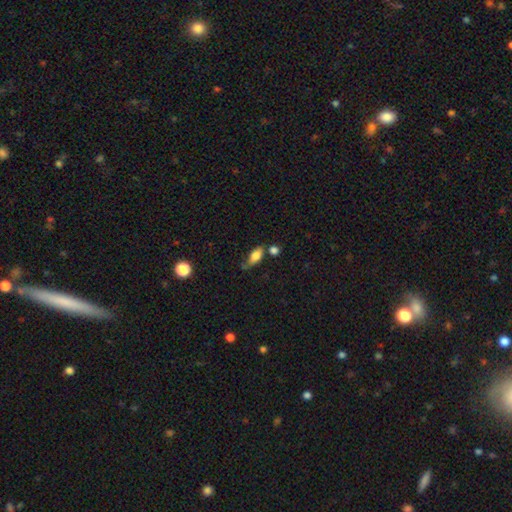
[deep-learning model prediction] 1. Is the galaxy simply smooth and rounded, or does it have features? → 71% smooth, 20% featured or disk, 9% star or artifact.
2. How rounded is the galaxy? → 79% in between, 13% cigar-shaped, 8% round.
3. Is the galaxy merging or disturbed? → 39% none, 30% minor disturbance, 19% major disturbance, 12% merger.